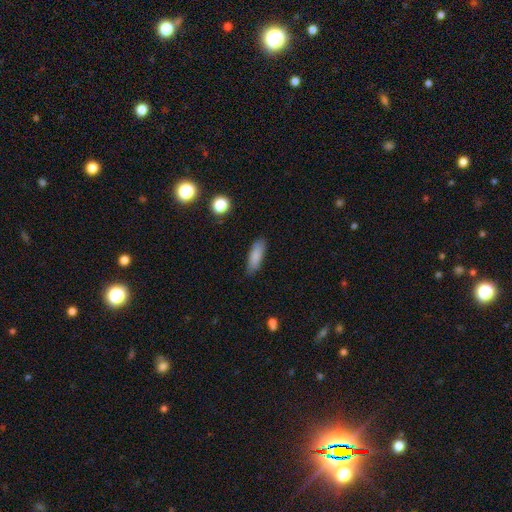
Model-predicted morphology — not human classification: Smooth or featured: smooth — 84% (featured or disk — 9%)
How rounded: in between — 60% (cigar-shaped — 38%)
Merging: none — 81% (minor disturbance — 15%)